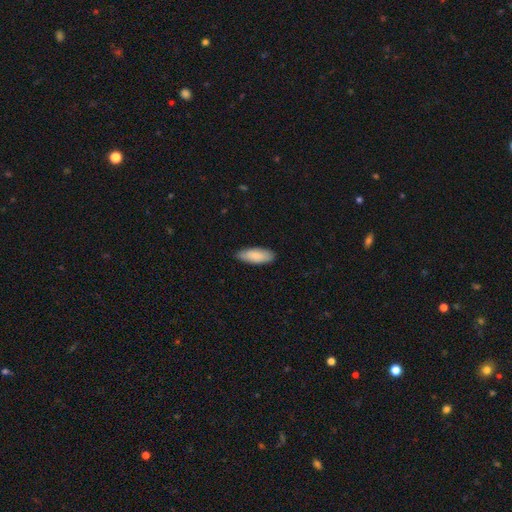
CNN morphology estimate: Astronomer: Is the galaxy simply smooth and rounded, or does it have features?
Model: smooth — 85%.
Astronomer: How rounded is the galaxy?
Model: in between — 74%.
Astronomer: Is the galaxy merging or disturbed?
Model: none — 85%.